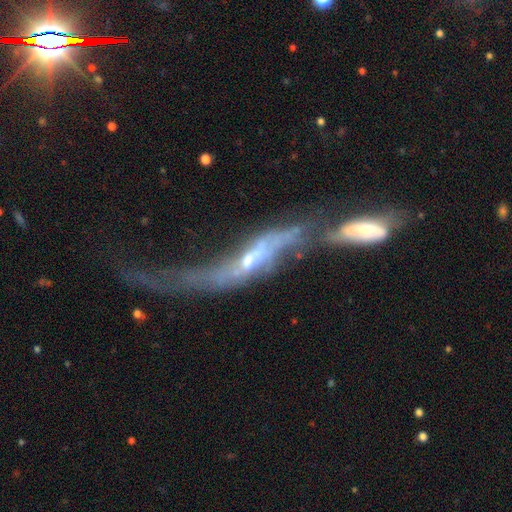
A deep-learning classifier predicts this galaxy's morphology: The model was most divided on "bulge size": small: 47%, moderate: 32%, none: 14%, large: 5%, dominant: 2%. More confident: edge-on disk — no (72%); smooth or featured — featured or disk (70%); merging — merger (67%); spiral arms — yes (60%); bar — no (53%).